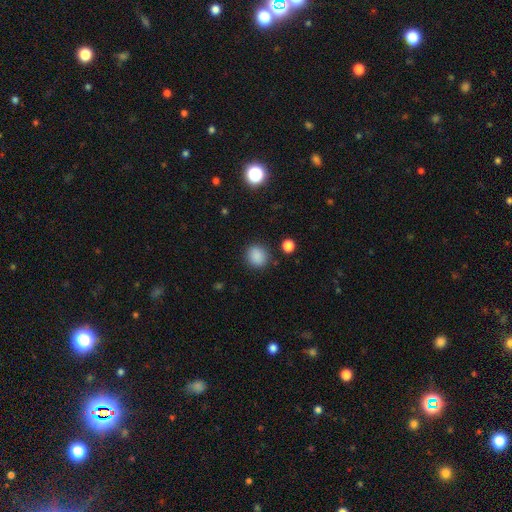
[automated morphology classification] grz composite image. It shows a smooth galaxy with no disk features (87%) that is round (81%). Merging: none (86%).